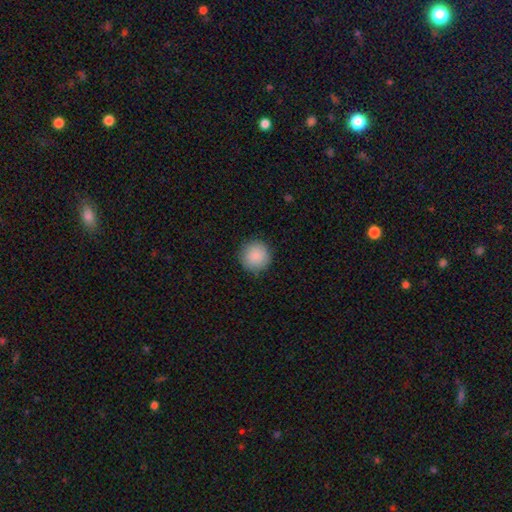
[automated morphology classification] Smooth or featured? smooth (88%)
How rounded? round (95%)
Merging? none (89%)